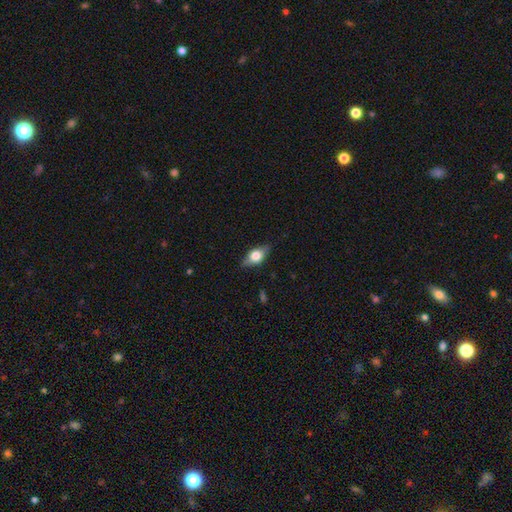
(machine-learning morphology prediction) type=smooth (55%); roundness=in between (77%); merging=none (79%).